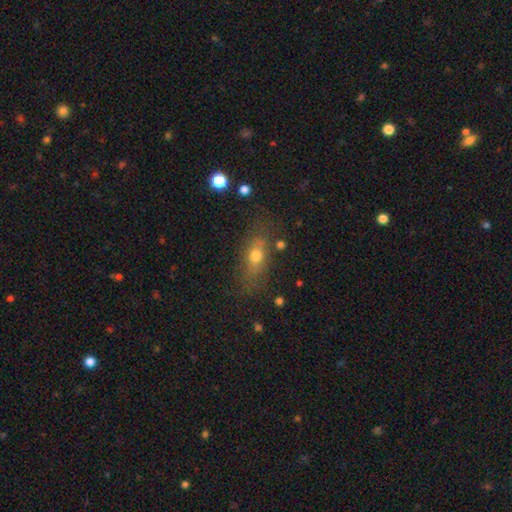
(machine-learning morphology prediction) Smooth or featured: smooth — 66% (featured or disk — 21%)
How rounded: in between — 66% (cigar-shaped — 18%)
Merging: none — 69% (minor disturbance — 18%)